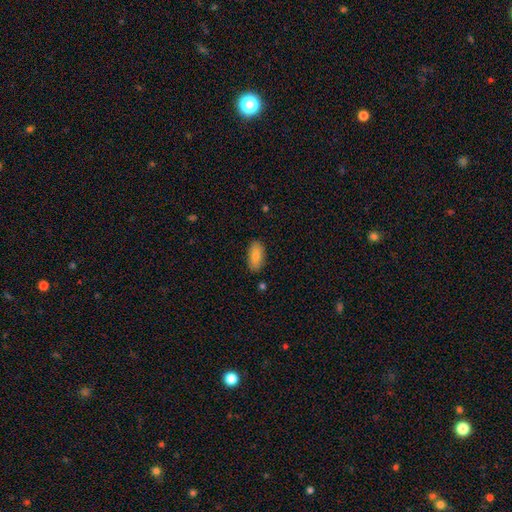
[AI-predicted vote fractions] Smooth or featured? Predicted: smooth (p=0.82). How rounded? Predicted: in between (p=0.91). Merging? Predicted: none (p=0.87).